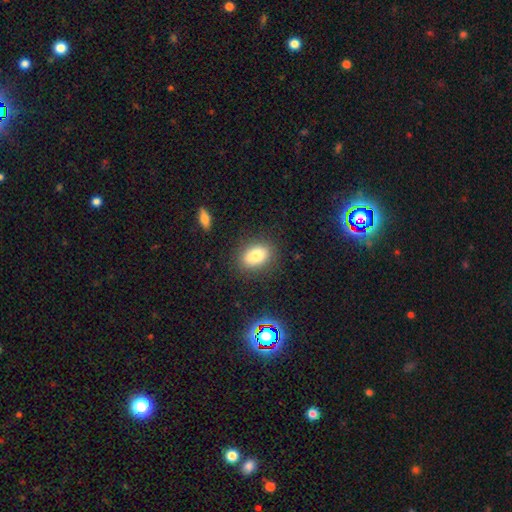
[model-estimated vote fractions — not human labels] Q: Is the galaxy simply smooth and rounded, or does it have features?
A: smooth — 79%.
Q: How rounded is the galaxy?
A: in between — 78%.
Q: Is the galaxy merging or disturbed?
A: none — 85%.